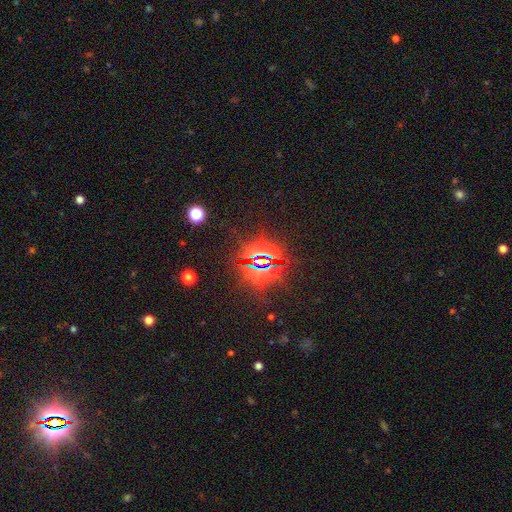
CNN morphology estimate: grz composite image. It shows a star or artifact, not a galaxy (81%).